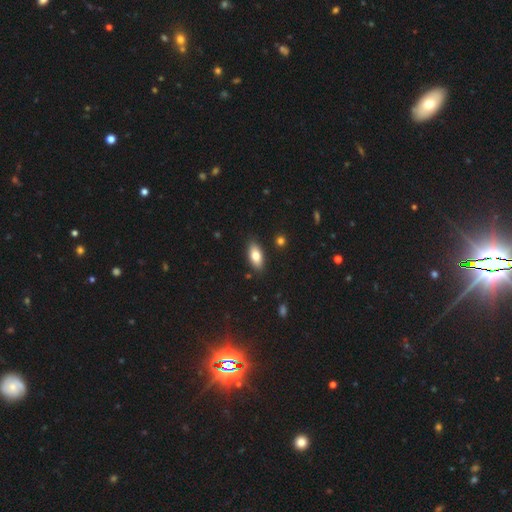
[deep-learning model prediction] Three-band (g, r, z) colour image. It shows a smooth galaxy with no disk features (80%) that is in between round and cigar-shaped (88%). Merging: none (86%).